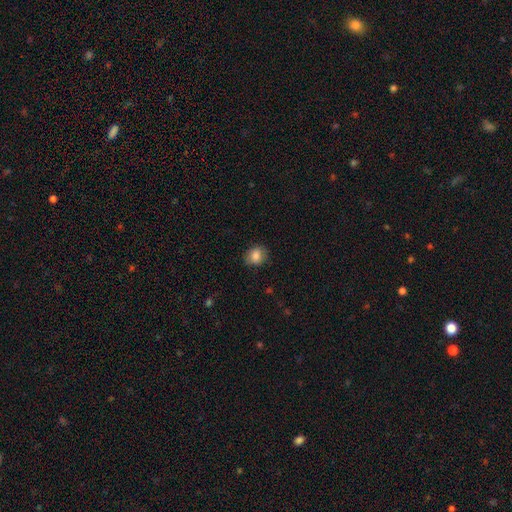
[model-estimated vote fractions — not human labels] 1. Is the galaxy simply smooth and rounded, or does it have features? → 83% smooth, 9% star or artifact, 8% featured or disk.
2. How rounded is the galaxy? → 58% round, 41% in between, 1% cigar-shaped.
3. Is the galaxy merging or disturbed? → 81% none, 14% minor disturbance, 4% major disturbance, 1% merger.